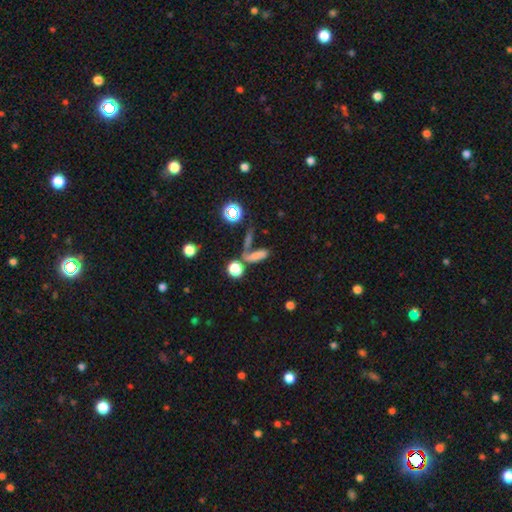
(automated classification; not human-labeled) A smooth galaxy with no disk features (62%) that is in between round and cigar-shaped (45%).

Vote fractions:
- Smooth or featured? smooth: 62% / star or artifact: 20% / featured or disk: 18%
- How rounded? in between: 45% / cigar-shaped: 42% / round: 13%
- Merging? merger: 41% / none: 35% / major disturbance: 13% / minor disturbance: 12%